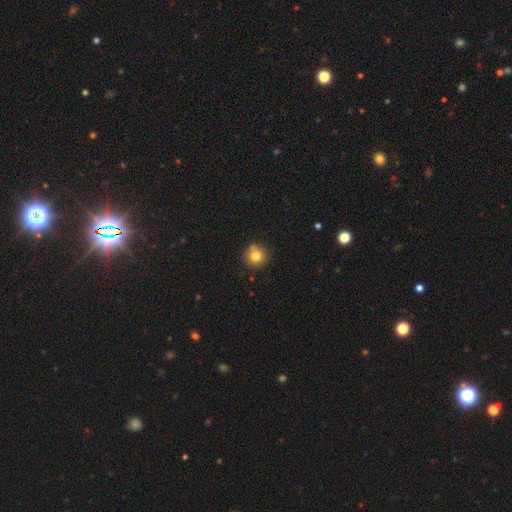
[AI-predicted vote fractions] Overall: smooth (80%). How rounded: round (93%). Merging: none (79%).